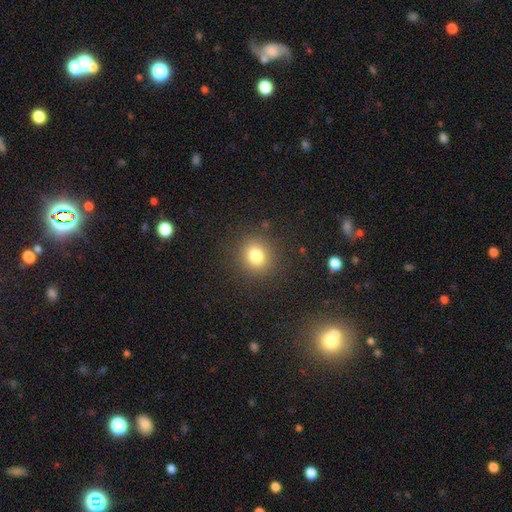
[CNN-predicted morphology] smooth 79%, star or artifact 14%, featured or disk 7%. Down the decision tree: how rounded — round (83%); merging — none (88%).